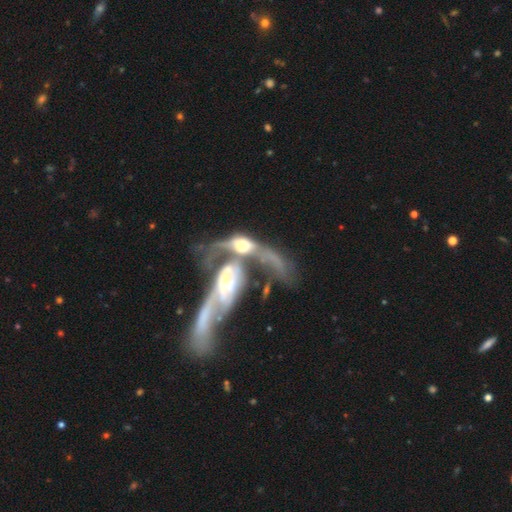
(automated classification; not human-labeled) Overall: featured or disk (72%). Edge-on disk: no (67%; yes 33%). Merging: merger (69%).